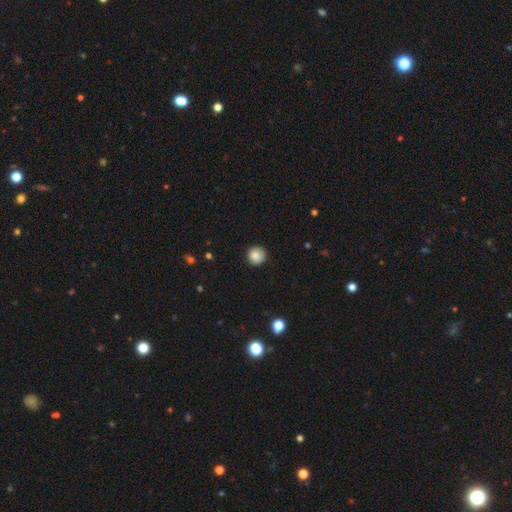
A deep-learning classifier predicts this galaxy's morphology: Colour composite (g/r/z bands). It shows a smooth galaxy with no disk features (87%) that is round (94%). Merging: none (88%).